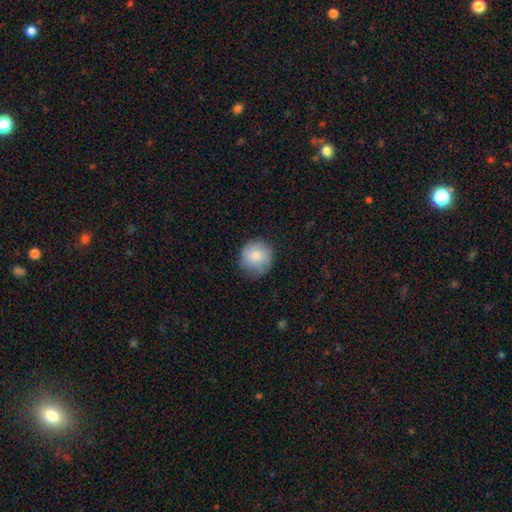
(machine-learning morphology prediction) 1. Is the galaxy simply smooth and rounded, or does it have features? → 82% smooth, 11% featured or disk, 7% star or artifact.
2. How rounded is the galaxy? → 91% round, 8% in between, 1% cigar-shaped.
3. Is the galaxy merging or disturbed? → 77% none, 18% minor disturbance, 4% major disturbance, 1% merger.